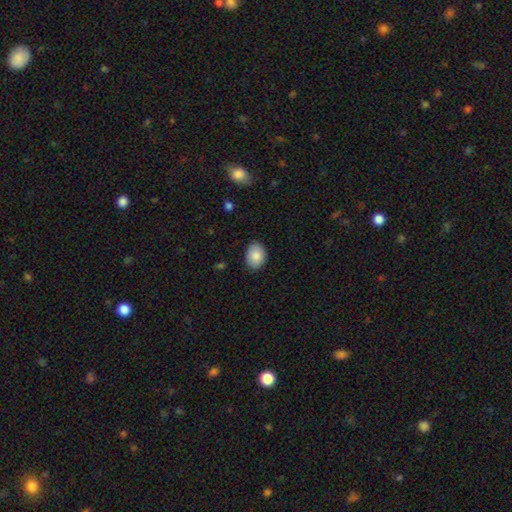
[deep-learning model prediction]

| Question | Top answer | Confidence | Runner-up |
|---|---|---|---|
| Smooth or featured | smooth | 85% | featured or disk (8%) |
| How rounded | in between | 75% | round (24%) |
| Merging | none | 84% | minor disturbance (13%) |